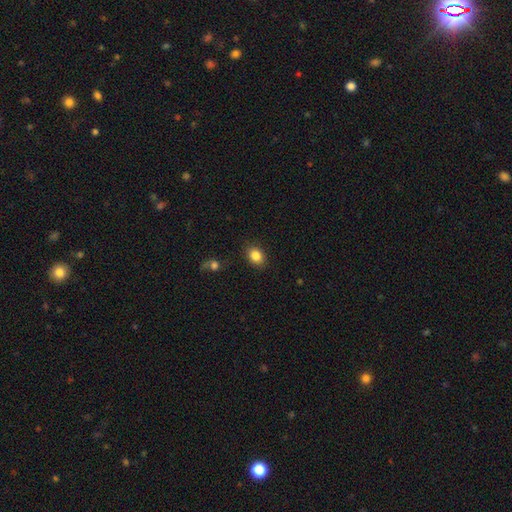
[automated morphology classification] Smooth or featured: smooth — 85% (star or artifact — 9%)
How rounded: in between — 66% (round — 33%)
Merging: none — 86% (minor disturbance — 9%)